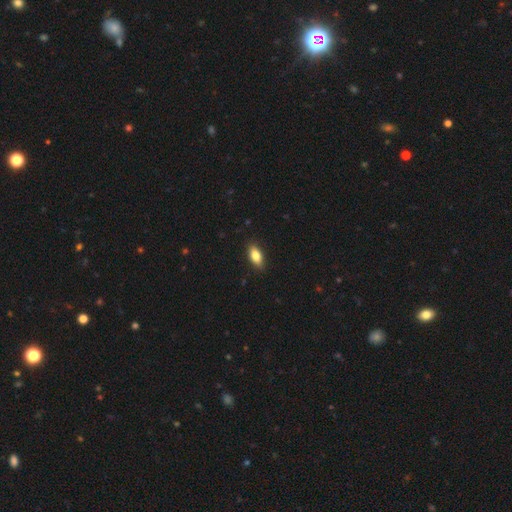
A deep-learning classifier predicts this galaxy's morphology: Overall: smooth (82%). How rounded: in between (86%). Merging: none (87%).